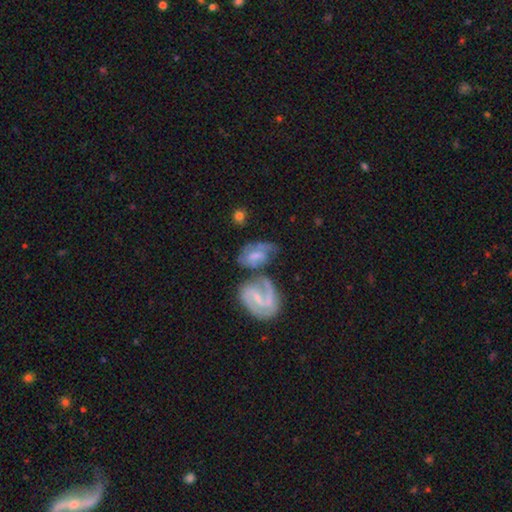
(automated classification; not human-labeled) smooth_or_featured: featured or disk (p=0.65) [alt: smooth p=0.28]
disk_edge_on: no (p=0.96) [alt: yes p=0.04]
bar: weak (p=0.50) [alt: no p=0.30]
has_spiral_arms: yes (p=0.83) [alt: no p=0.17]
spiral_winding: medium (p=0.48) [alt: tight p=0.27]
spiral_arm_count: 2 (p=0.64) [alt: can't tell p=0.19]
bulge_size: small (p=0.46) [alt: moderate p=0.26]
merging: merger (p=0.36) [alt: none p=0.31]